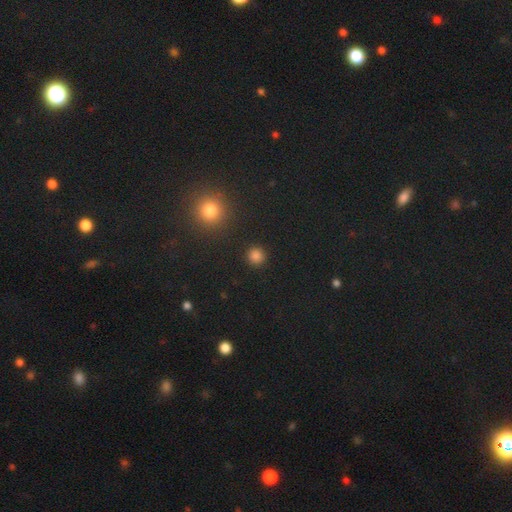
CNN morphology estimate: smooth-or-featured: smooth: 82% | star or artifact: 14% | featured or disk: 4%
  how-rounded: round: 93% | in between: 6% | cigar-shaped: 1%
  merging: none: 91% | minor disturbance: 5% | major disturbance: 2% | merger: 1%